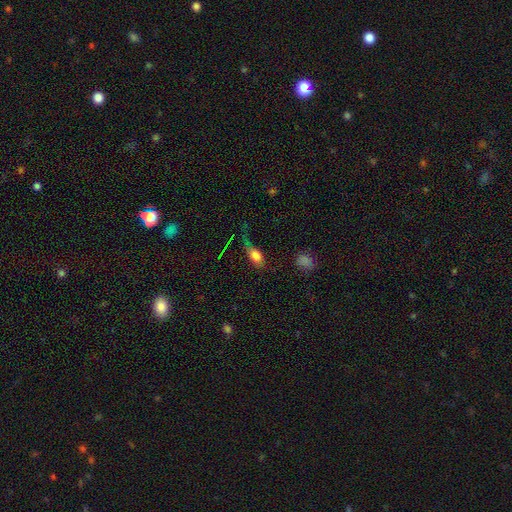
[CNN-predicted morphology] A smooth galaxy with no disk features (75%) that is in between round and cigar-shaped (82%). Merging: none (37%).